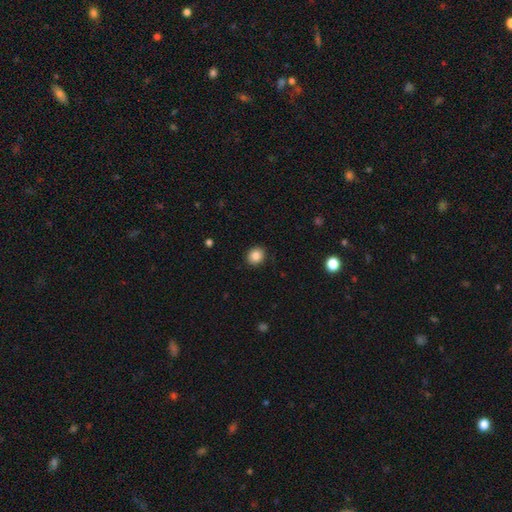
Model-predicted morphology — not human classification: Smooth or featured?
  - smooth: 86% *
  - star or artifact: 9%
  - featured or disk: 5%
How rounded?
  - round: 73% *
  - in between: 27%
  - cigar-shaped: 1%
Merging?
  - none: 90% *
  - minor disturbance: 7%
  - major disturbance: 2%
  - merger: 1%